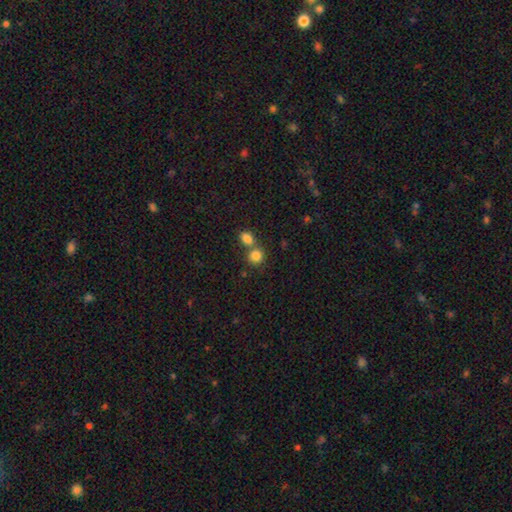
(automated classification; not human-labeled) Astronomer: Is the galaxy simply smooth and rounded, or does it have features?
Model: smooth — 83%.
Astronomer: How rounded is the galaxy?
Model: round — 80%.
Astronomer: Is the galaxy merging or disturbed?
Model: none — 51% (runner-up: merger, 39%).